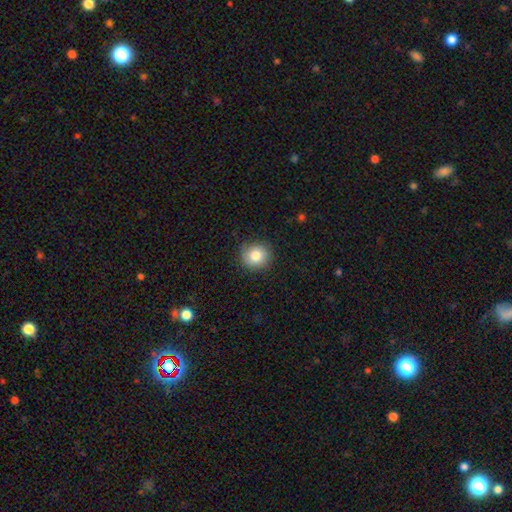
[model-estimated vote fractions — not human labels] Smooth or featured? smooth (82%)
How rounded? round (90%)
Merging? none (86%)